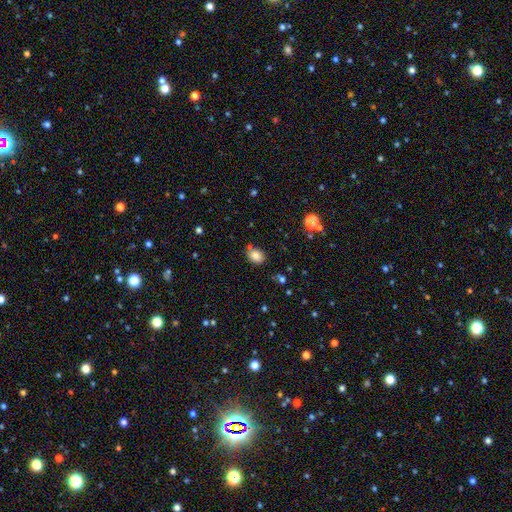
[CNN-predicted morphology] A smooth galaxy with no disk features (81%) that is in between round and cigar-shaped (59%).

Vote fractions:
- Smooth or featured? smooth: 81% / star or artifact: 11% / featured or disk: 7%
- How rounded? in between: 59% / round: 40% / cigar-shaped: 1%
- Merging? none: 76% / minor disturbance: 14% / merger: 7% / major disturbance: 3%